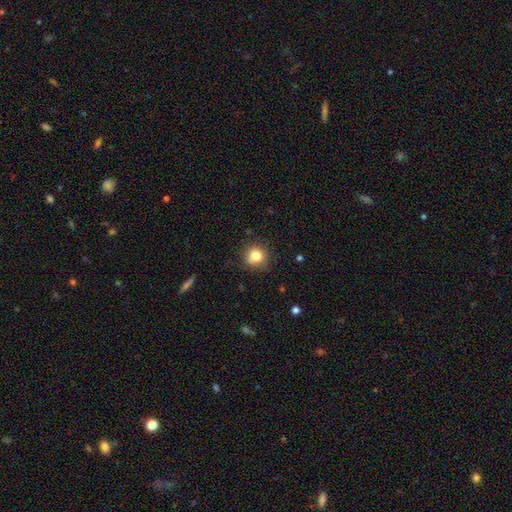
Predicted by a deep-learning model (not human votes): smooth 82%, star or artifact 12%, featured or disk 7%. Down the decision tree: how rounded — round (90%); merging — none (82%).